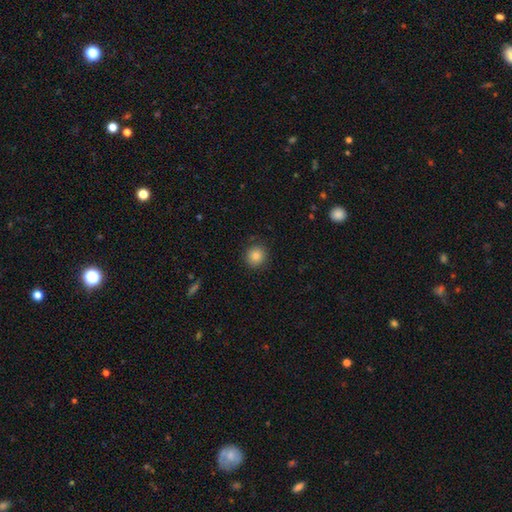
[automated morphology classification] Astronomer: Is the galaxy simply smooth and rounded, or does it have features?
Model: smooth — 85%.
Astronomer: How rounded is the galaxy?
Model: round — 90%.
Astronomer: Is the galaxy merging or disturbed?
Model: none — 89%.